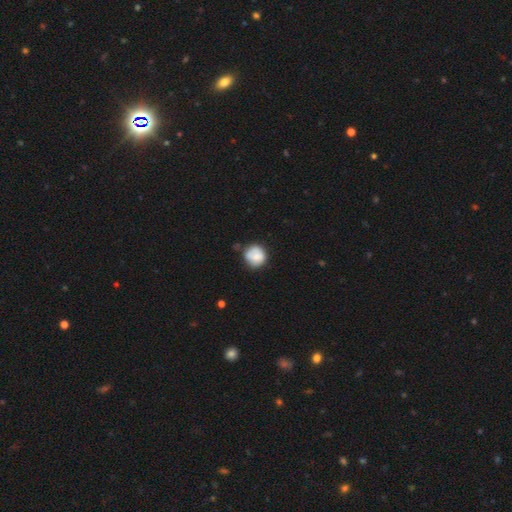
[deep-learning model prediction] Q: Smooth or featured?
A: smooth (72%); runner-up: featured or disk (20%)
Q: How rounded?
A: round (88%); runner-up: in between (11%)
Q: Merging?
A: none (64%); runner-up: minor disturbance (25%)